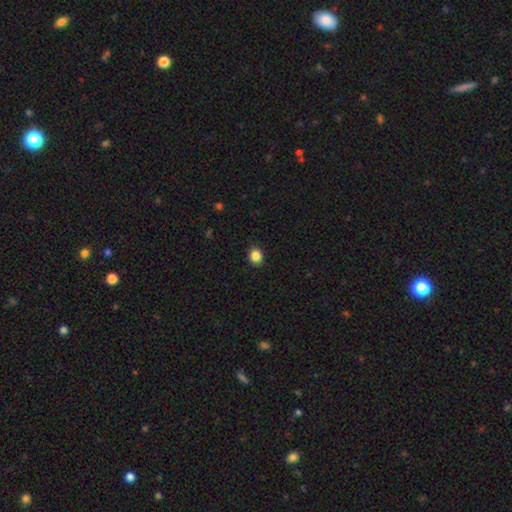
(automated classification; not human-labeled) smooth_or_featured: smooth (p=0.86) [alt: star or artifact p=0.11]
how_rounded: round (p=0.73) [alt: in between p=0.26]
merging: none (p=0.92) [alt: minor disturbance p=0.06]